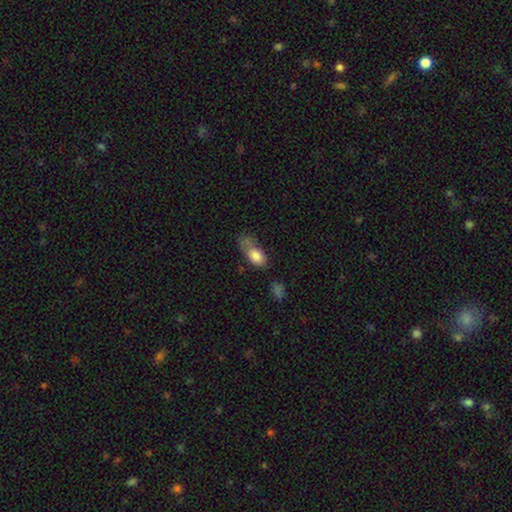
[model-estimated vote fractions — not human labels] Q: Smooth or featured?
A: smooth (78%); runner-up: featured or disk (15%)
Q: How rounded?
A: in between (87%); runner-up: cigar-shaped (7%)
Q: Merging?
A: major disturbance (33%); runner-up: minor disturbance (32%)